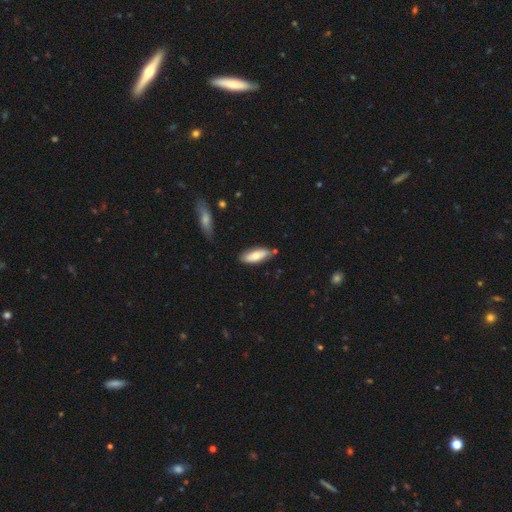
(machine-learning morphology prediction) Smooth or featured?
  - smooth: 68% *
  - featured or disk: 26%
  - star or artifact: 6%
How rounded?
  - in between: 69% *
  - cigar-shaped: 29%
  - round: 2%
Merging?
  - none: 75% *
  - minor disturbance: 18%
  - merger: 4%
  - major disturbance: 3%